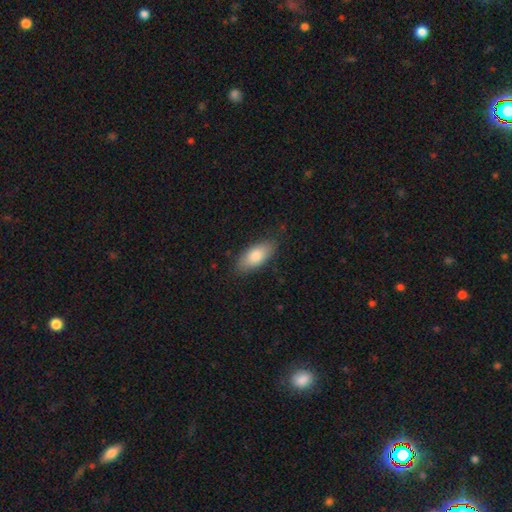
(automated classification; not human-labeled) Morphology: type=smooth (82%); roundness=in between (86%); merging=none (83%).